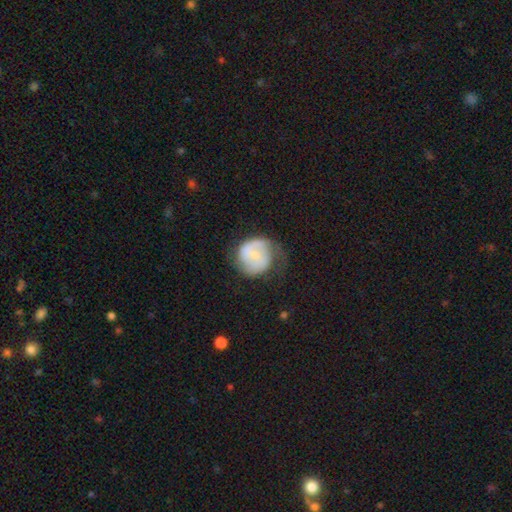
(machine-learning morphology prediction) Smooth or featured? Predicted: featured or disk (p=0.56). Edge-on disk? Predicted: no (p=0.98). Bar? Predicted: no (p=0.62). Spiral arms? Predicted: yes (p=0.80). Bulge size? Predicted: small (p=0.59). Merging? Predicted: none (p=0.47).